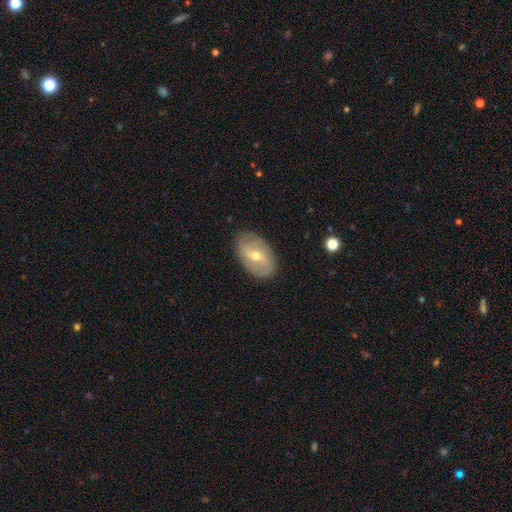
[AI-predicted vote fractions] This appears to be a featured or disk galaxy (60%) with a weak bar (47%), spiral arms (61%) and a moderate central bulge (52%). Merging: none (84%).